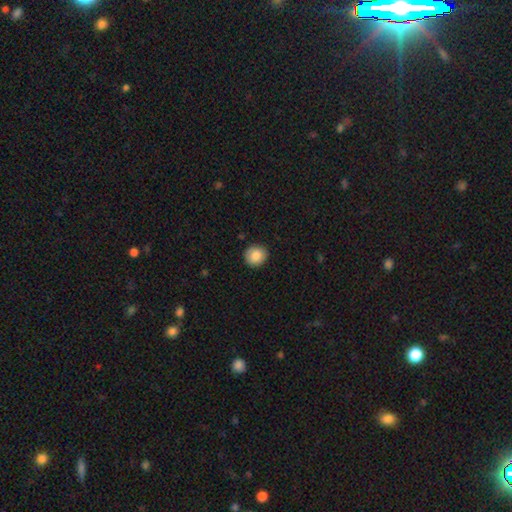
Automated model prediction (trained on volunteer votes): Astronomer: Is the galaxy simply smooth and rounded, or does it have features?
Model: smooth — 86%.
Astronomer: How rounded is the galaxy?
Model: round — 89%.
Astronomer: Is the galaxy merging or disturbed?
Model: none — 91%.